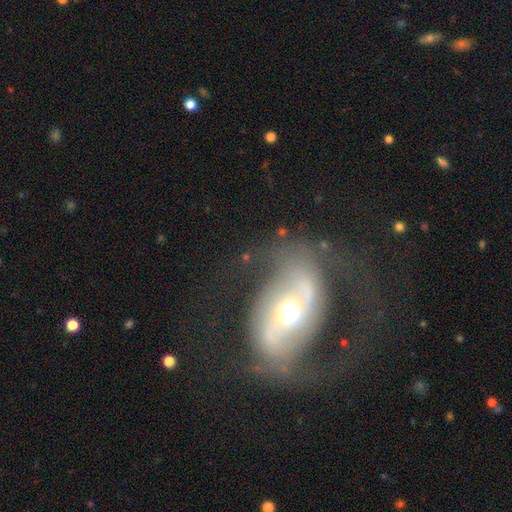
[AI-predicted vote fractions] Morphology: type=featured or disk (79%); edge-on=no (94%); bar=strong (42%); spiral arms=yes (76%); winding=medium (44%); arm count=2 (86%); bulge=moderate (60%); merging=none (65%).